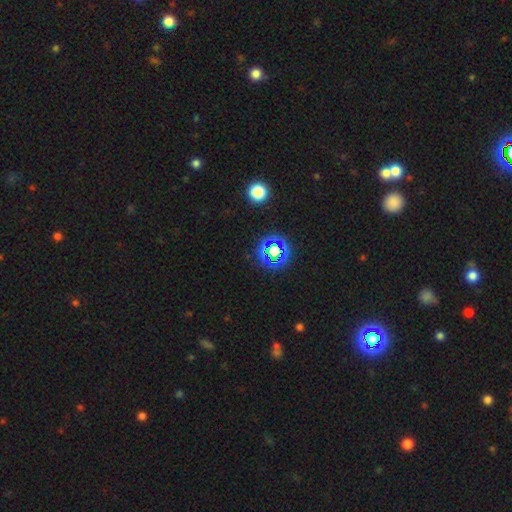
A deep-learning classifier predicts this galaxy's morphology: star or artifact 69%, smooth 23%, featured or disk 8%.